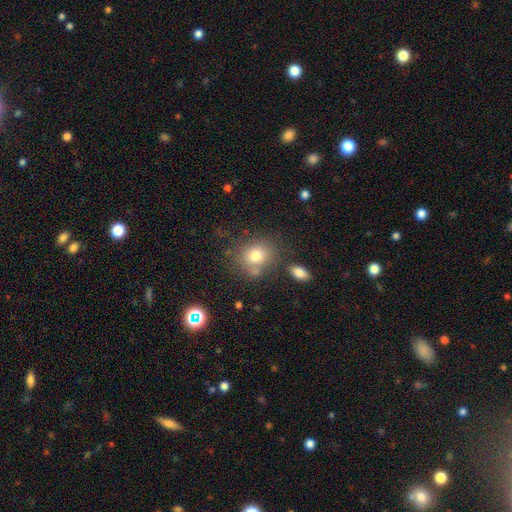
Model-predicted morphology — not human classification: Smooth or featured? Predicted: smooth (p=0.77). How rounded? Predicted: round (p=0.69). Merging? Predicted: none (p=0.66).